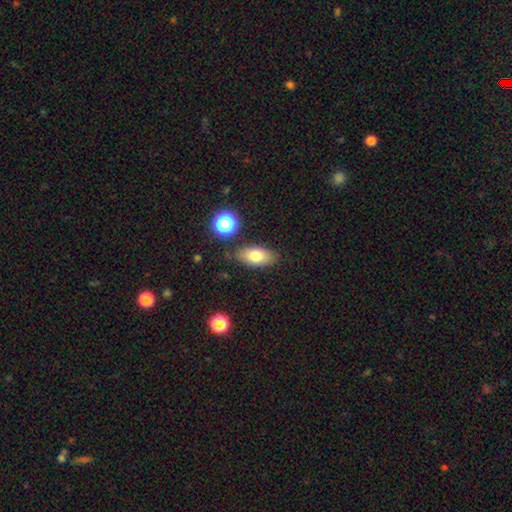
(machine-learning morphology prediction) type=smooth (76%); roundness=in between (86%); merging=none (81%).